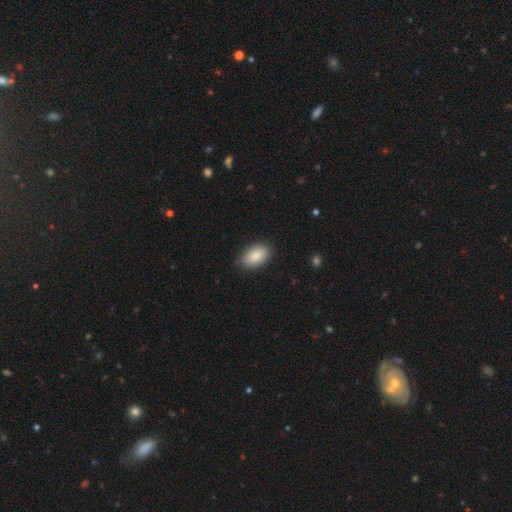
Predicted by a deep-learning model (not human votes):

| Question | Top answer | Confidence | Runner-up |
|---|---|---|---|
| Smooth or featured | smooth | 86% | featured or disk (7%) |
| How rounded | in between | 93% | round (6%) |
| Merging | none | 87% | minor disturbance (10%) |